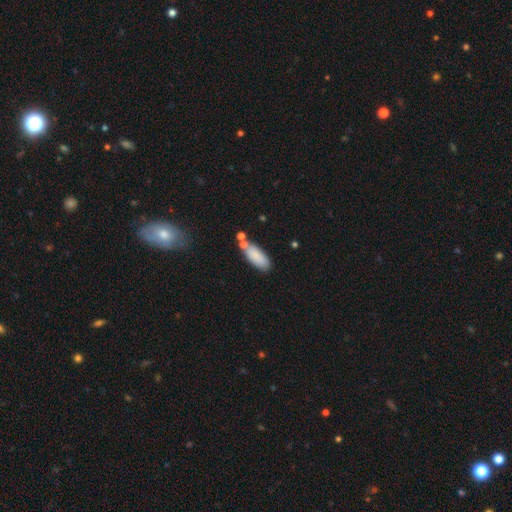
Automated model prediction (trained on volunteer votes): A smooth galaxy with no disk features (84%) that is in between round and cigar-shaped (75%). Merging: none (64%).